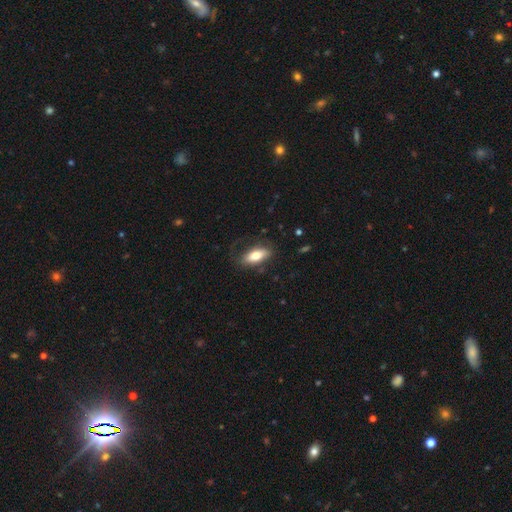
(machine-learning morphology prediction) Smooth or featured? Predicted: smooth (p=0.73). How rounded? Predicted: in between (p=0.82). Merging? Predicted: none (p=0.70).